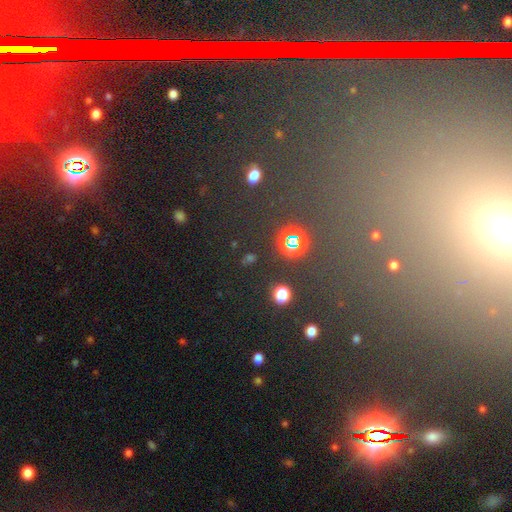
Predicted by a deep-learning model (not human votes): Smooth or featured: star or artifact — 69% (smooth — 20%)